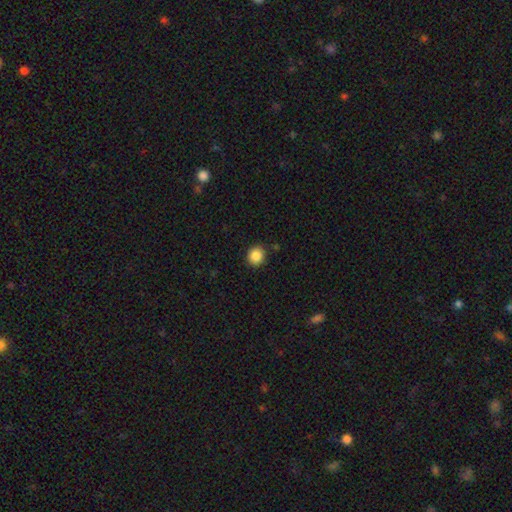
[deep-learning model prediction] Overall: smooth (87%). How rounded: round (84%). Merging: none (88%).